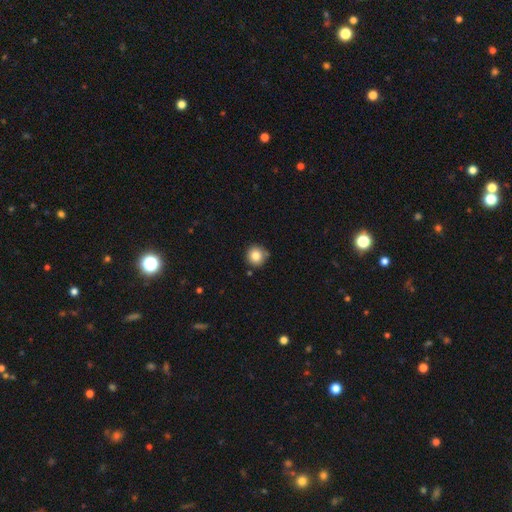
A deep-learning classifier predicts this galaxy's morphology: Smooth or featured? smooth (82%)
How rounded? round (94%)
Merging? none (84%)